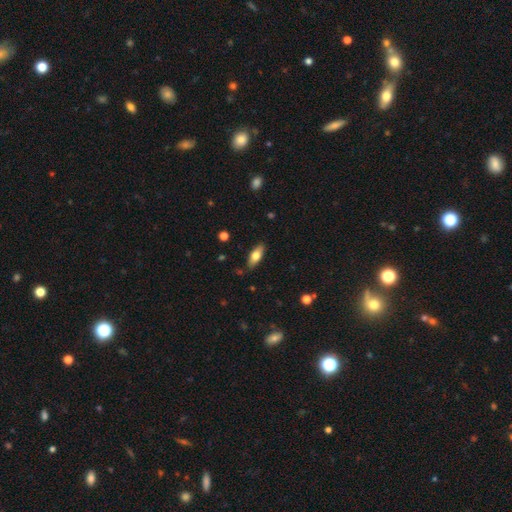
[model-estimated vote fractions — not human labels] A smooth galaxy with no disk features (72%) that is in between round and cigar-shaped (77%).

Vote fractions:
- Smooth or featured? smooth: 72% / featured or disk: 22% / star or artifact: 7%
- How rounded? in between: 77% / cigar-shaped: 21% / round: 3%
- Merging? none: 85% / minor disturbance: 11% / major disturbance: 2% / merger: 1%